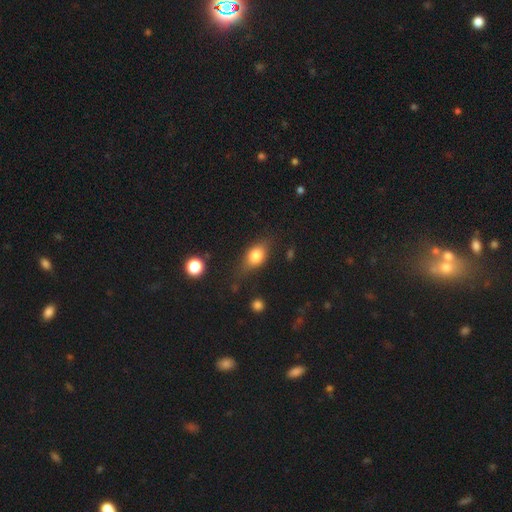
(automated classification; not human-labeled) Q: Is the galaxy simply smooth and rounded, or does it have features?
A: smooth — 72%.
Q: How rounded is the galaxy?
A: in between — 74%.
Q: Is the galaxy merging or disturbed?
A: none — 69%.